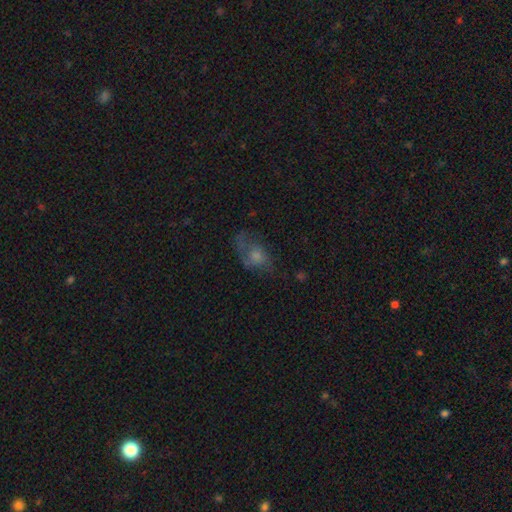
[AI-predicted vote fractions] This appears to be a featured or disk galaxy (41%). Merging: none (47%).